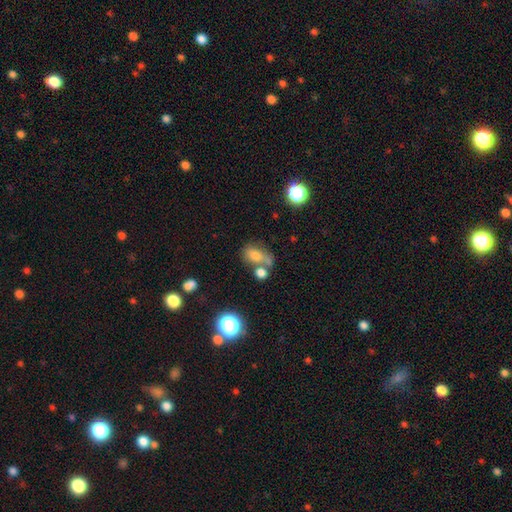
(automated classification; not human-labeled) The model was most divided on "merging": none: 38%, merger: 35%, minor disturbance: 16%, major disturbance: 11%. More confident: how rounded — in between (70%); smooth or featured — smooth (69%).